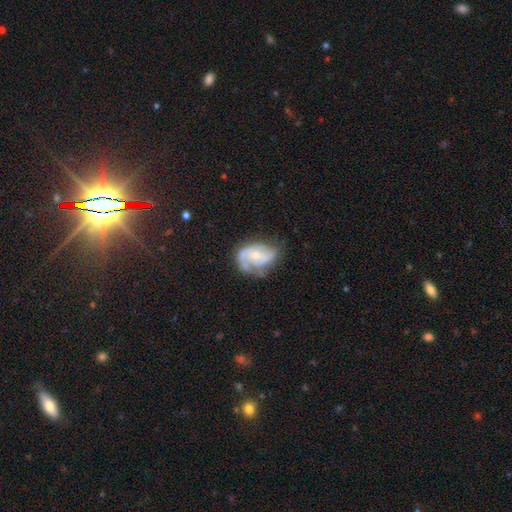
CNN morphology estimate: This appears to be a featured or disk galaxy (73%) with no bar (59%), 2 (60%) medium (45%) spiral arms (89%) and a small central bulge (53%). Merging: none (52%).